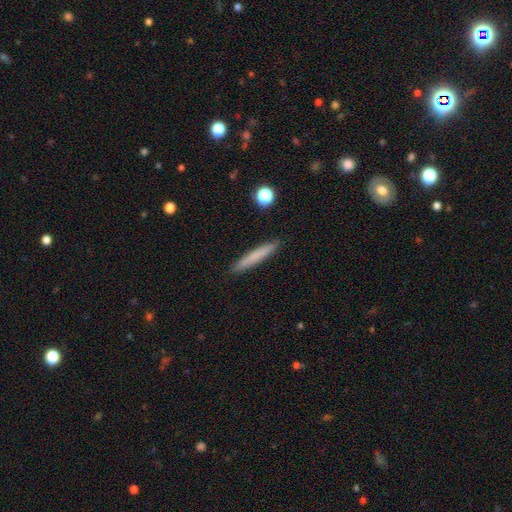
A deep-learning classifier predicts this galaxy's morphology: Overall: smooth (72%). How rounded: cigar-shaped (95%). Merging: none (91%).